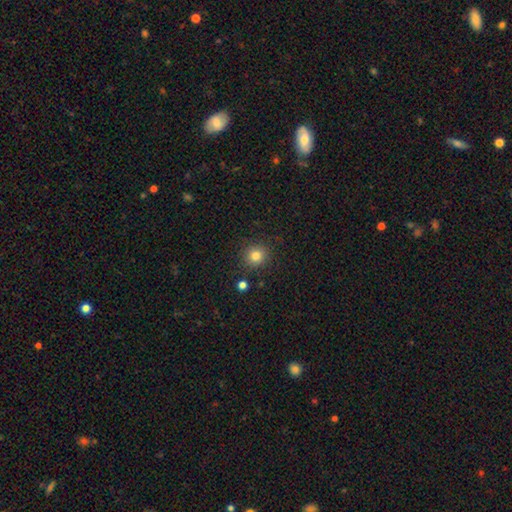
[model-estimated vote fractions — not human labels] Overall: smooth (81%). How rounded: round (91%). Merging: none (88%).